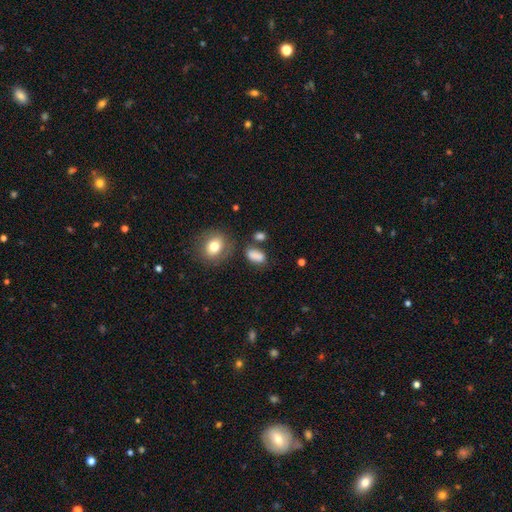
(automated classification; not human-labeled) This is clearly a smooth galaxy (82%). How rounded: clearly in between (84%). Merging: possibly none (59%).